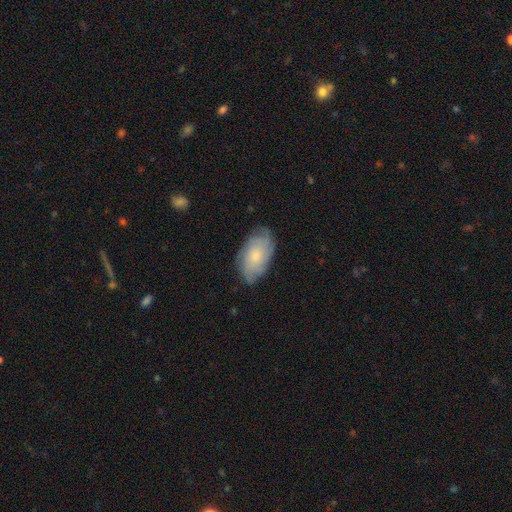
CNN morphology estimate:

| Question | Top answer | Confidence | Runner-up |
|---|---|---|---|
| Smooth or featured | featured or disk | 48% | smooth (45%) |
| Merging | none | 71% | minor disturbance (22%) |